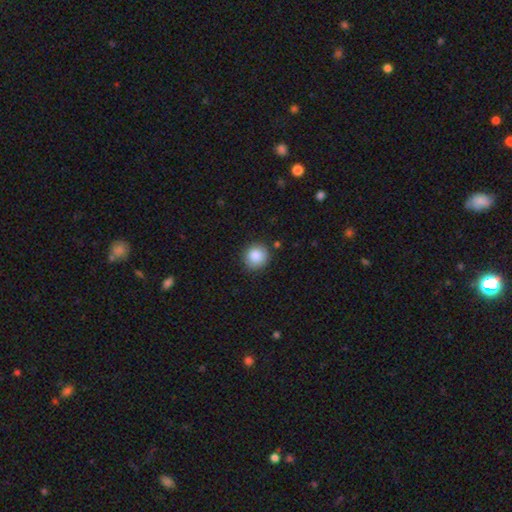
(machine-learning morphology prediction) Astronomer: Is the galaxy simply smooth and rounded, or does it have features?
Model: smooth — 87%.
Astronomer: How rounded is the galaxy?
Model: round — 92%.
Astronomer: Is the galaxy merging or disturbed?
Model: none — 87%.